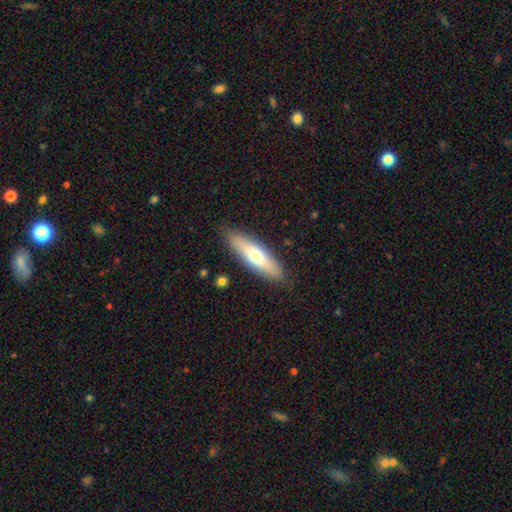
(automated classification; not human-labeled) A smooth galaxy with no disk features (58%) that is cigar-shaped (62%).

Vote fractions:
- Smooth or featured? smooth: 58% / featured or disk: 36% / star or artifact: 6%
- How rounded? cigar-shaped: 62% / in between: 36% / round: 2%
- Merging? none: 87% / minor disturbance: 10% / major disturbance: 2% / merger: 1%